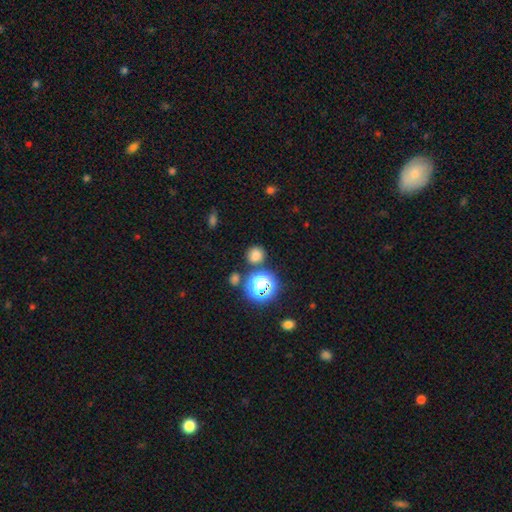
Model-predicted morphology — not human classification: Q: Smooth or featured?
A: smooth (74%); runner-up: star or artifact (21%)
Q: How rounded?
A: round (87%); runner-up: in between (12%)
Q: Merging?
A: none (80%); runner-up: minor disturbance (9%)